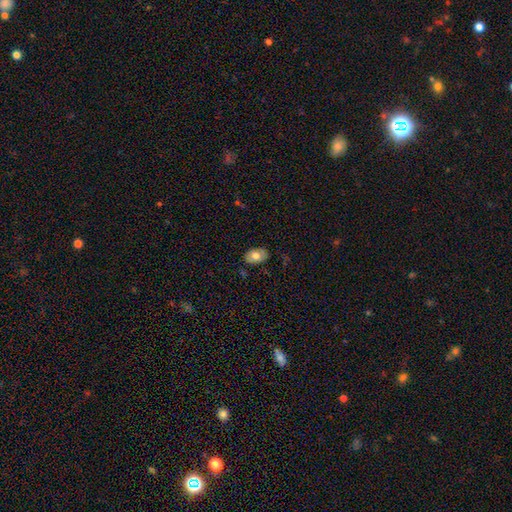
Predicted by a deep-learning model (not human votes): This is likely a smooth galaxy (71%). How rounded: clearly in between (86%). Merging: clearly none (81%).